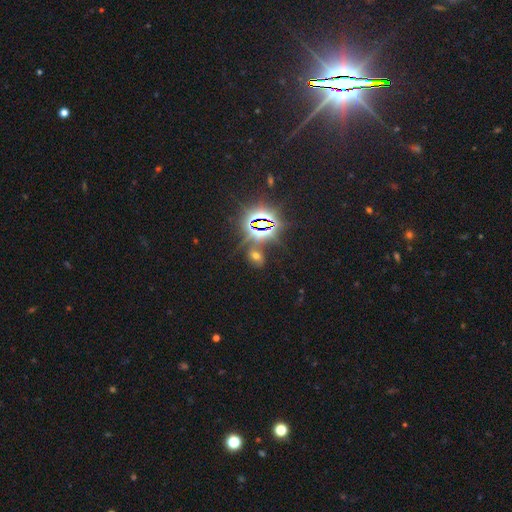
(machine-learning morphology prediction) smooth_or_featured: star or artifact (p=0.54) [alt: smooth p=0.35]